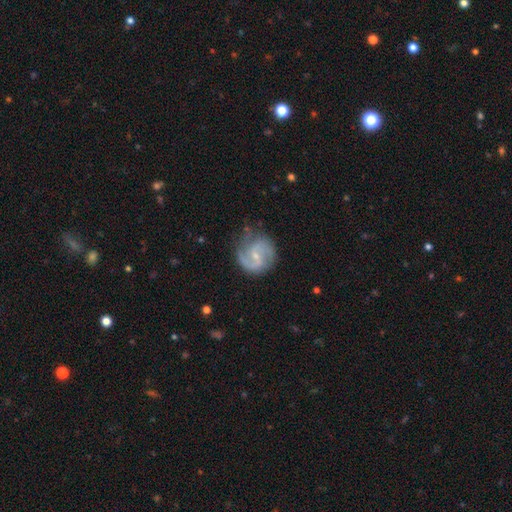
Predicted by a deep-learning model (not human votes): Smooth or featured?
  - featured or disk: 86% *
  - smooth: 9%
  - star or artifact: 5%
Edge-on disk?
  - no: 98% *
  - yes: 2%
Bar?
  - weak: 52% *
  - no: 35%
  - strong: 12%
Spiral arms?
  - yes: 96% *
  - no: 4%
Spiral winding?
  - medium: 54% *
  - loose: 26%
  - tight: 20%
Spiral arm count?
  - 2: 83% *
  - can't tell: 6%
  - 3: 5%
  - 1: 3%
  - 4: 2%
  - more than 4: 2%
Bulge size?
  - small: 70% *
  - moderate: 21%
  - none: 7%
  - large: 1%
  - dominant: 1%
Merging?
  - none: 69% *
  - minor disturbance: 21%
  - major disturbance: 8%
  - merger: 2%